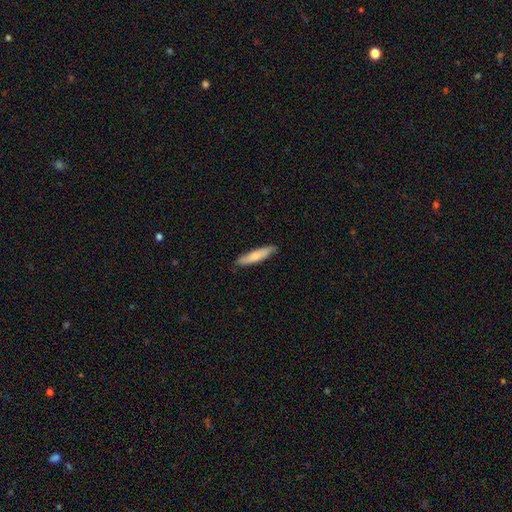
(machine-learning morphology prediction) The model was most divided on "smooth or featured": smooth: 74%, featured or disk: 21%, star or artifact: 5%. More confident: merging — none (87%); how rounded — cigar-shaped (85%).